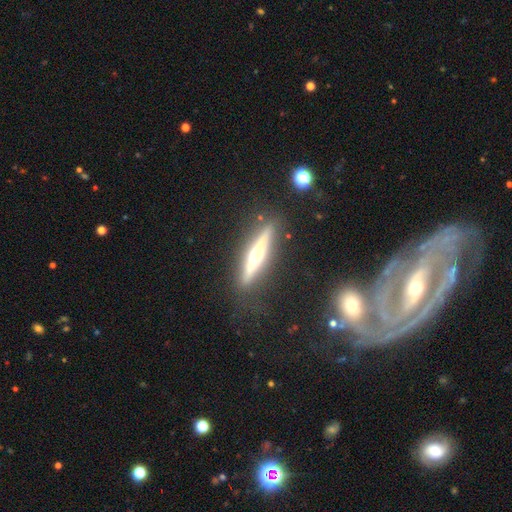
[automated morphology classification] smooth-or-featured: featured or disk: 73% | smooth: 20% | star or artifact: 6%
  disk-edge-on: yes: 96% | no: 4%
    edge-on-bulge: rounded: 87% | boxy: 7% | none: 6%
  merging: none: 85% | minor disturbance: 10% | major disturbance: 3% | merger: 2%